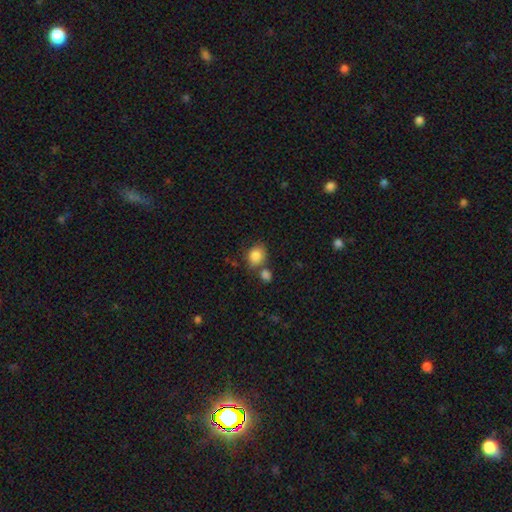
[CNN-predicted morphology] Smooth or featured: smooth — 85% (star or artifact — 8%)
How rounded: round — 50% (in between — 49%)
Merging: none — 57% (merger — 24%)